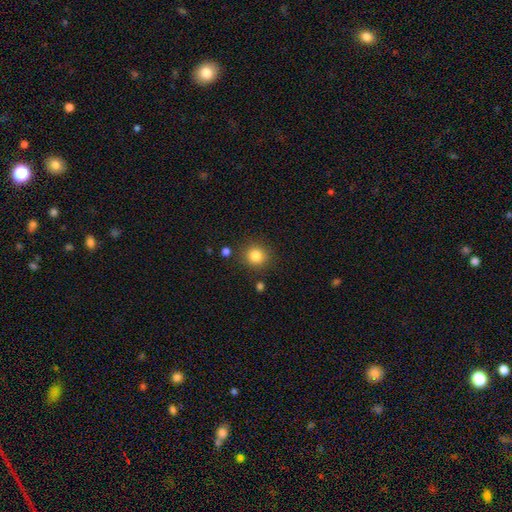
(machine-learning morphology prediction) type=smooth (83%); roundness=round (90%); merging=none (86%).